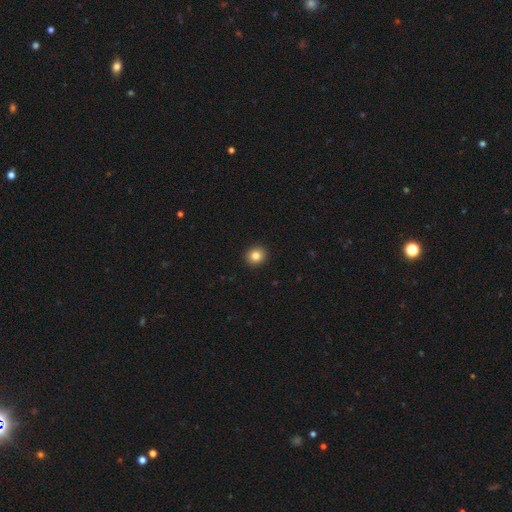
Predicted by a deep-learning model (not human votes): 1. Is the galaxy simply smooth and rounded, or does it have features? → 85% smooth, 10% star or artifact, 5% featured or disk.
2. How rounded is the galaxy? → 85% round, 15% in between, 1% cigar-shaped.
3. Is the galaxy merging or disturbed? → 93% none, 5% minor disturbance, 2% major disturbance, 1% merger.